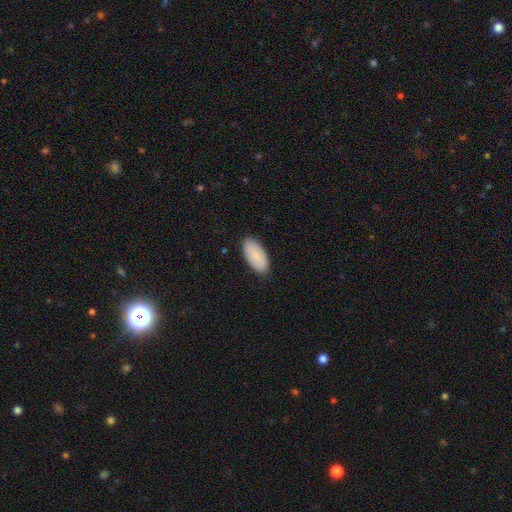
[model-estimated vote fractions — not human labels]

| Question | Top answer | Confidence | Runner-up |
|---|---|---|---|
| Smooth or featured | smooth | 83% | featured or disk (11%) |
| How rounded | in between | 95% | cigar-shaped (4%) |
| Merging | none | 87% | minor disturbance (10%) |